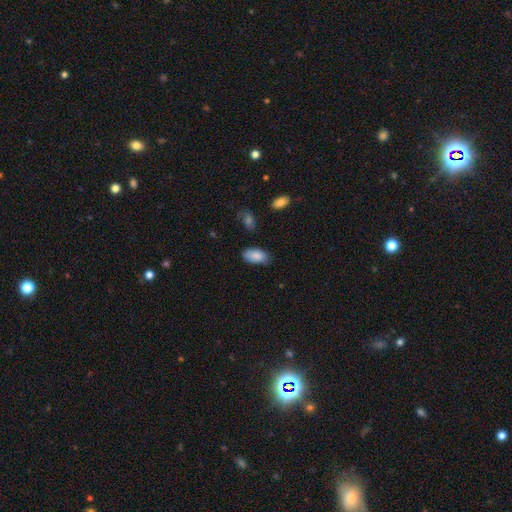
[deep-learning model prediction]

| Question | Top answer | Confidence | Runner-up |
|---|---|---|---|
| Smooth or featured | smooth | 87% | star or artifact (7%) |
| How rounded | in between | 95% | round (3%) |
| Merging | none | 74% | minor disturbance (20%) |